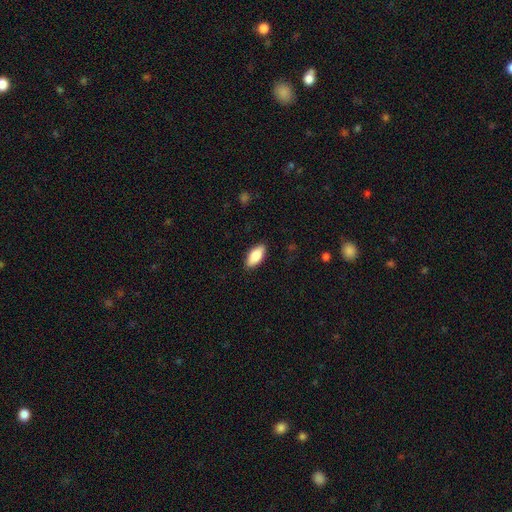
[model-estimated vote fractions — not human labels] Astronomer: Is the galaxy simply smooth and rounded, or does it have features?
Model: smooth — 81%.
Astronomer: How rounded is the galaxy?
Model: in between — 86%.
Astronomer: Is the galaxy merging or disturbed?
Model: none — 88%.